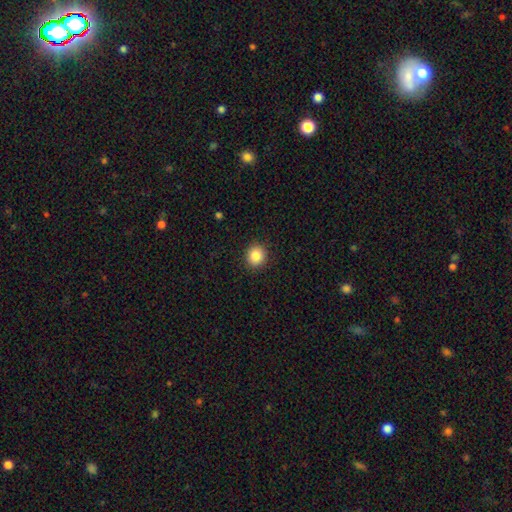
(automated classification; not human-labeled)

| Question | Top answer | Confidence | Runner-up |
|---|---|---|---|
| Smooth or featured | smooth | 86% | star or artifact (10%) |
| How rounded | round | 86% | in between (13%) |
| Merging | none | 91% | minor disturbance (6%) |